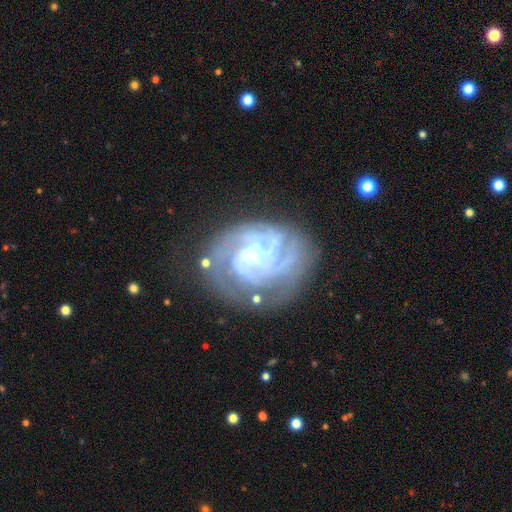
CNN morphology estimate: Smooth or featured?
  - featured or disk: 87% *
  - smooth: 7%
  - star or artifact: 6%
Edge-on disk?
  - no: 98% *
  - yes: 2%
Bar?
  - no: 55% *
  - weak: 36%
  - strong: 9%
Spiral arms?
  - yes: 96% *
  - no: 4%
Spiral winding?
  - tight: 63% *
  - medium: 32%
  - loose: 6%
Spiral arm count?
  - 3: 32% *
  - 4: 24%
  - can't tell: 20%
  - 2: 12%
  - more than 4: 6%
  - 1: 5%
Bulge size?
  - small: 61% *
  - moderate: 28%
  - none: 7%
  - large: 3%
  - dominant: 1%
Merging?
  - none: 67% *
  - minor disturbance: 19%
  - major disturbance: 11%
  - merger: 3%